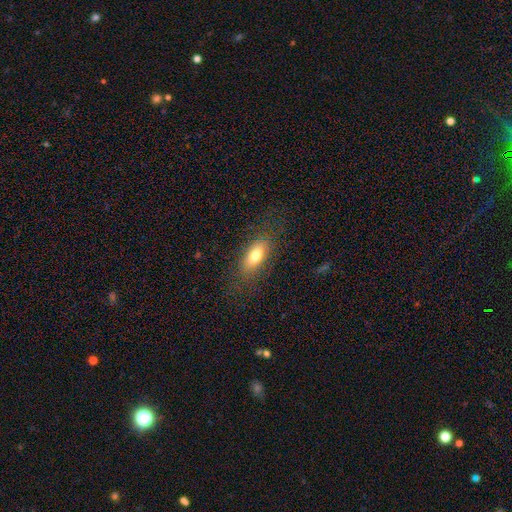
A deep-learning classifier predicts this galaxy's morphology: A smooth galaxy with no disk features (76%) that is in between round and cigar-shaped (81%).

Vote fractions:
- Smooth or featured? smooth: 76% / featured or disk: 16% / star or artifact: 8%
- How rounded? in between: 81% / cigar-shaped: 16% / round: 4%
- Merging? none: 81% / minor disturbance: 12% / major disturbance: 6% / merger: 1%